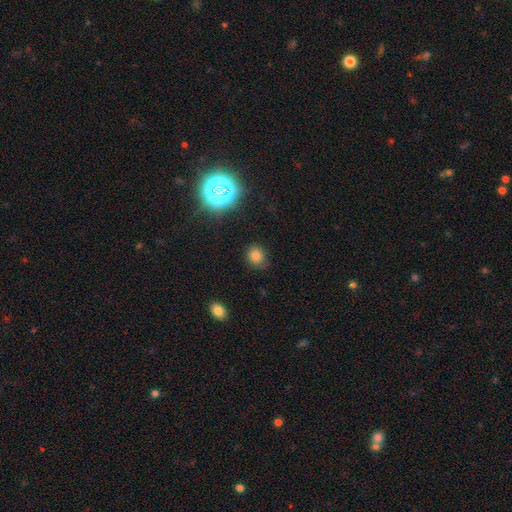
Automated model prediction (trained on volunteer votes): This appears to be a smooth galaxy with no disk features (76%) that is round (66%). Merging: none (77%).